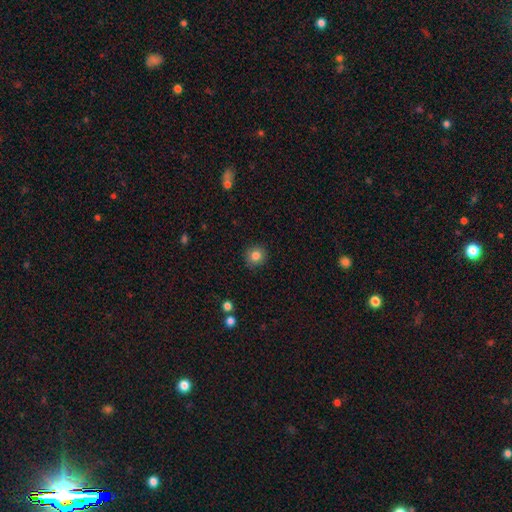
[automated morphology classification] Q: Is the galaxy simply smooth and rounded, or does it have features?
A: smooth — 83%.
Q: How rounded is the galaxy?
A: round — 91%.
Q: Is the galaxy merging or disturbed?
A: none — 90%.